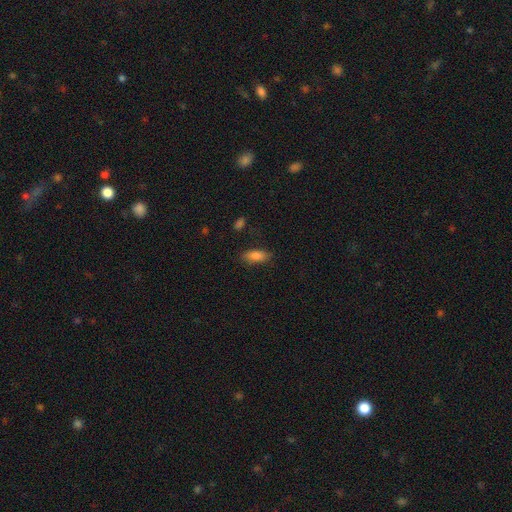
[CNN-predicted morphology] This is clearly a smooth galaxy (81%). How rounded: likely in between (78%). Merging: clearly none (82%).